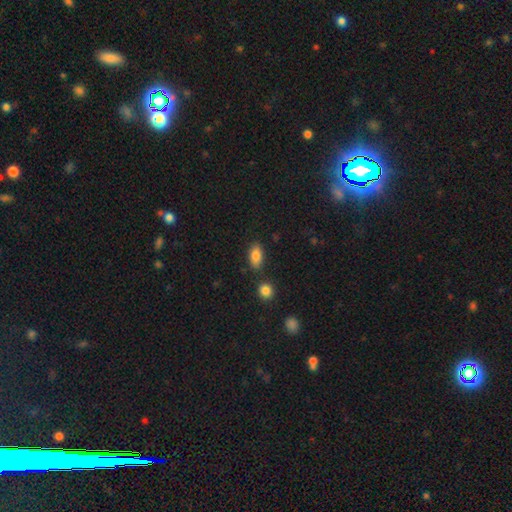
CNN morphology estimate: Smooth or featured? smooth (83%)
How rounded? in between (88%)
Merging? none (79%)